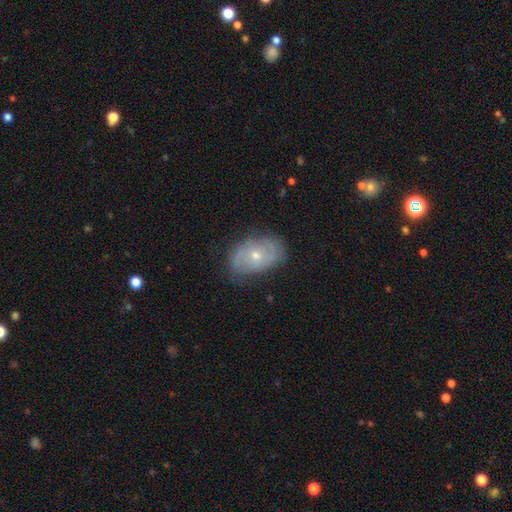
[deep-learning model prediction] Smooth or featured? Predicted: featured or disk (p=0.59). Edge-on disk? Predicted: no (p=0.94). Bar? Predicted: no (p=0.80). Spiral arms? Predicted: yes (p=0.67). Bulge size? Predicted: moderate (p=0.50). Merging? Predicted: none (p=0.71).